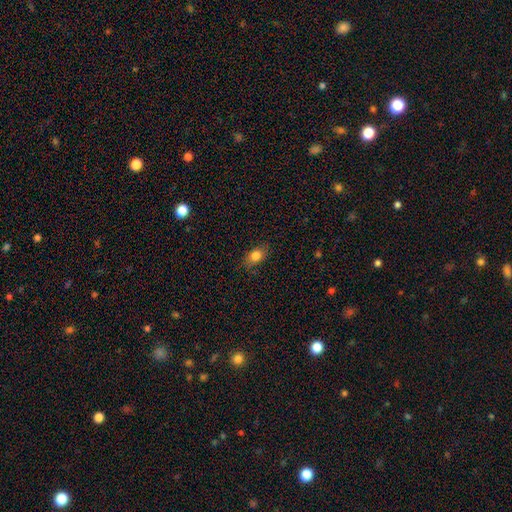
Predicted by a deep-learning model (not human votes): A smooth galaxy with no disk features (82%) that is in between round and cigar-shaped (79%). Merging: none (83%).